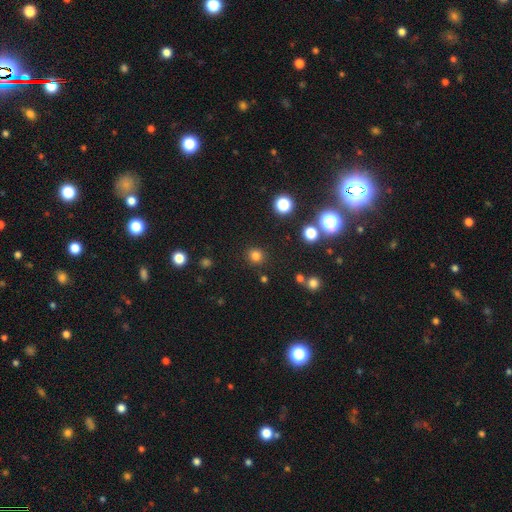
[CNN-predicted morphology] The model was most divided on "smooth or featured": smooth: 79%, star or artifact: 17%, featured or disk: 4%. More confident: how rounded — round (91%); merging — none (89%).